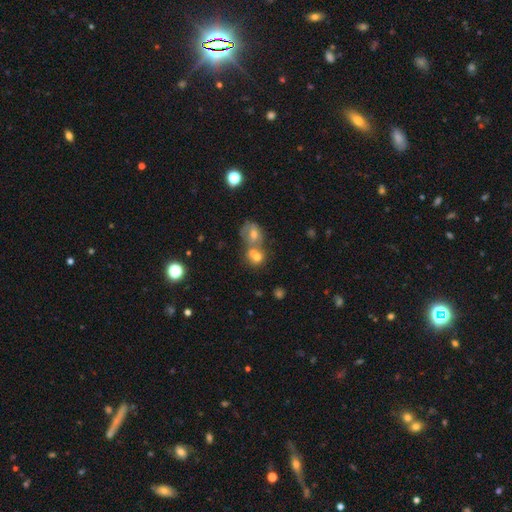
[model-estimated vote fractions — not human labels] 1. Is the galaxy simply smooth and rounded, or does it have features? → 60% smooth, 23% featured or disk, 17% star or artifact.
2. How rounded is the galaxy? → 67% round, 32% in between, 1% cigar-shaped.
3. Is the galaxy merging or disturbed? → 62% merger, 27% none, 7% minor disturbance, 4% major disturbance.